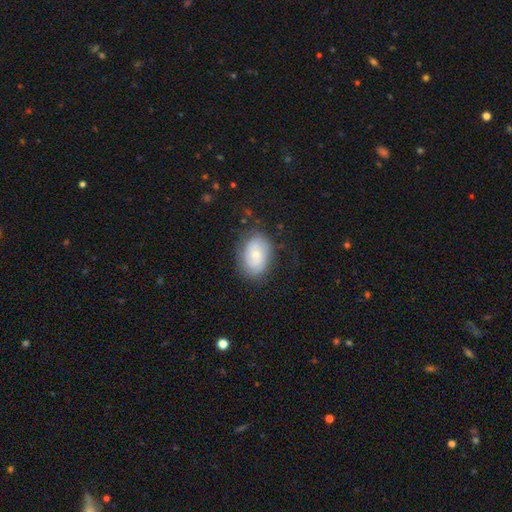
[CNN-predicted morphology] Smooth or featured?
  - smooth: 58% *
  - featured or disk: 34%
  - star or artifact: 8%
How rounded?
  - in between: 76% *
  - round: 23%
  - cigar-shaped: 1%
Merging?
  - none: 73% *
  - minor disturbance: 19%
  - major disturbance: 7%
  - merger: 1%